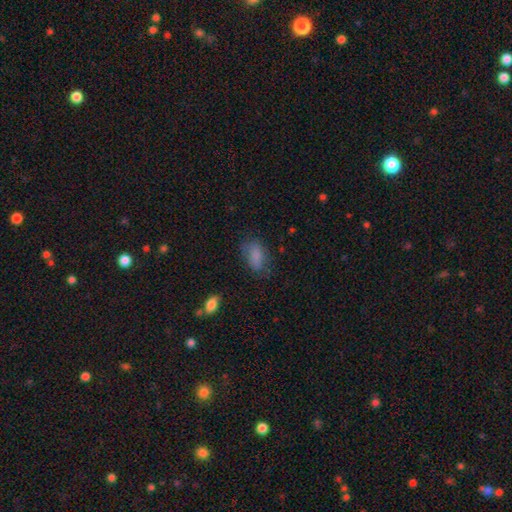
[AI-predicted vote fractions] A smooth galaxy with no disk features (81%) that is in between round and cigar-shaped (89%). Merging: none (64%).